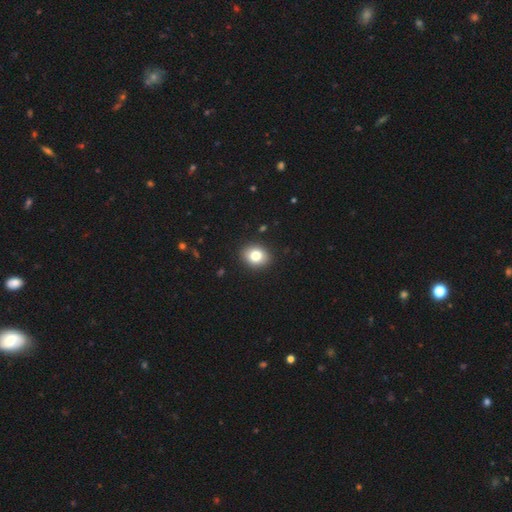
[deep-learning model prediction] Smooth or featured? smooth (81%)
How rounded? in between (52%)
Merging? none (90%)